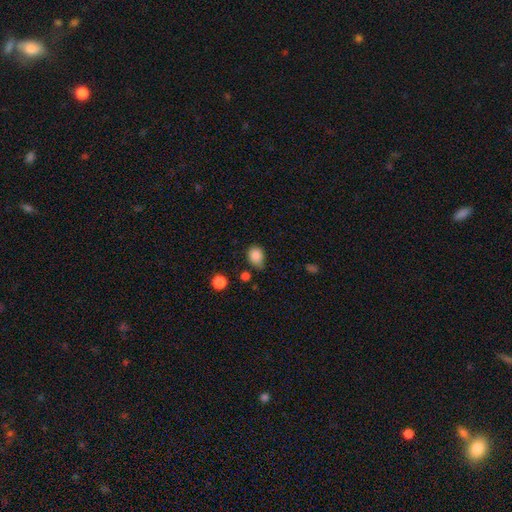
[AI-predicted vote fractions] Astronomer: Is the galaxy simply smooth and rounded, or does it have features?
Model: smooth — 86%.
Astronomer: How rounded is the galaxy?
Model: round — 51% (runner-up: in between, 48%).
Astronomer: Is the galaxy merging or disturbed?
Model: none — 61%.